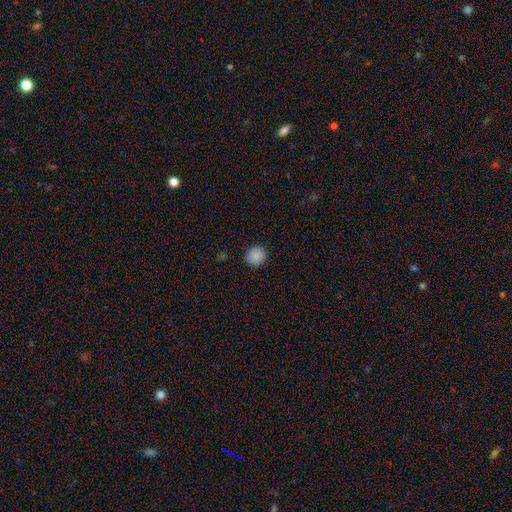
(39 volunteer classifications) Smooth or featured?
  - smooth: 92% *
  - star or artifact: 5%
  - featured or disk: 3%
How rounded?
  - round: 97% *
  - in between: 3%
  - cigar-shaped: 0%
Merging?
  - none: 89% *
  - major disturbance: 5%
  - minor disturbance: 3%
  - merger: 3%